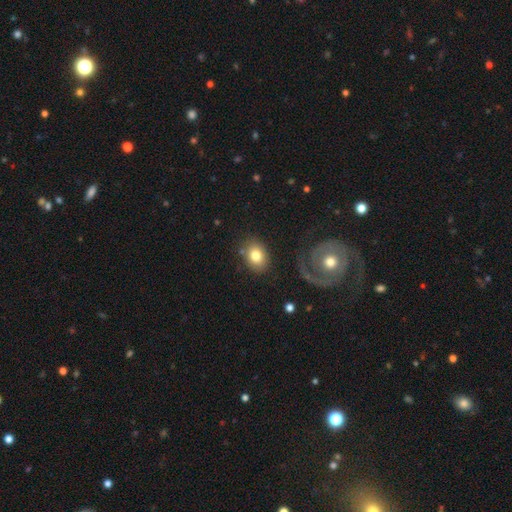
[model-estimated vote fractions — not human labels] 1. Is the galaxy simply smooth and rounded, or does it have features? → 79% smooth, 14% featured or disk, 8% star or artifact.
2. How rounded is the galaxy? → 61% in between, 38% round, 1% cigar-shaped.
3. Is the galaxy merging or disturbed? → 79% none, 12% minor disturbance, 5% major disturbance, 4% merger.